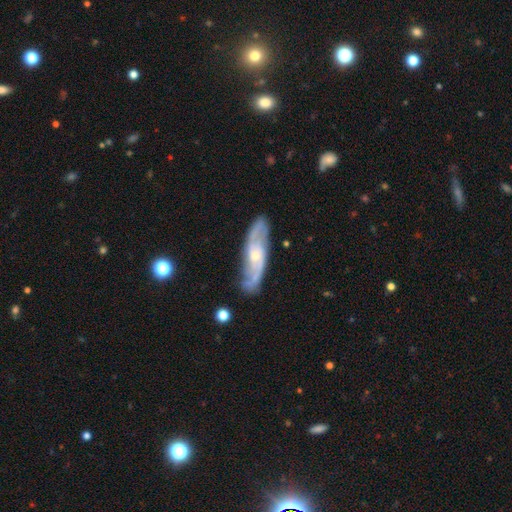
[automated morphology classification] Smooth or featured: featured or disk — 82% (smooth — 12%)
Edge-on disk: no — 83% (yes — 17%)
Bar: no — 61% (weak — 32%)
Spiral arms: yes — 94% (no — 6%)
Spiral winding: medium — 46% (tight — 33%)
Spiral arm count: 2 — 69% (can't tell — 15%)
Bulge size: small — 63% (moderate — 34%)
Merging: none — 80% (minor disturbance — 14%)